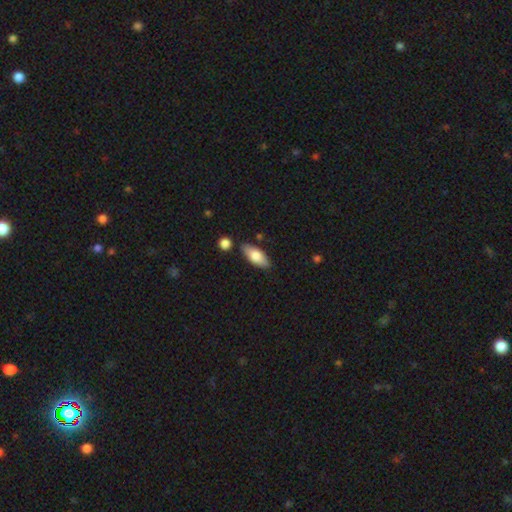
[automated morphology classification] smooth-or-featured: smooth: 74% | featured or disk: 20% | star or artifact: 6%
  how-rounded: in between: 81% | cigar-shaped: 17% | round: 2%
  merging: none: 82% | minor disturbance: 11% | merger: 5% | major disturbance: 2%